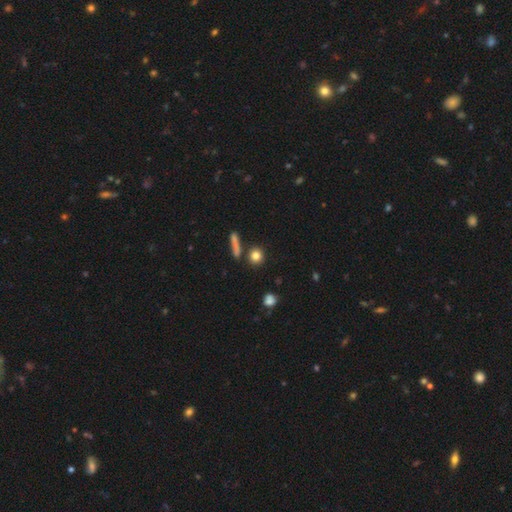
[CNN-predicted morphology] smooth_or_featured: smooth (p=0.81) [alt: star or artifact p=0.11]
how_rounded: round (p=0.86) [alt: in between p=0.10]
merging: none (p=0.80) [alt: minor disturbance p=0.09]